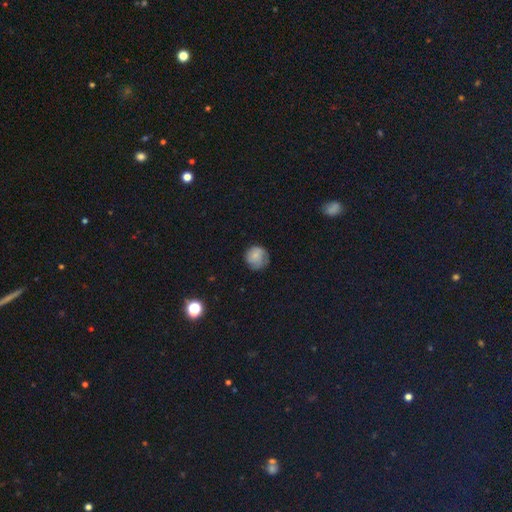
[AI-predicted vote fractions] smooth-or-featured: smooth: 70% | featured or disk: 20% | star or artifact: 10%
  how-rounded: round: 89% | in between: 10% | cigar-shaped: 1%
  merging: none: 68% | minor disturbance: 23% | major disturbance: 7% | merger: 1%